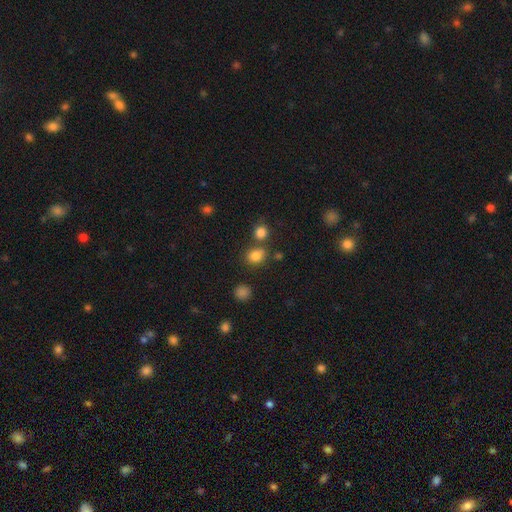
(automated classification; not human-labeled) smooth 81%, star or artifact 14%, featured or disk 6%. Down the decision tree: how rounded — round (63%); merging — none (66%).